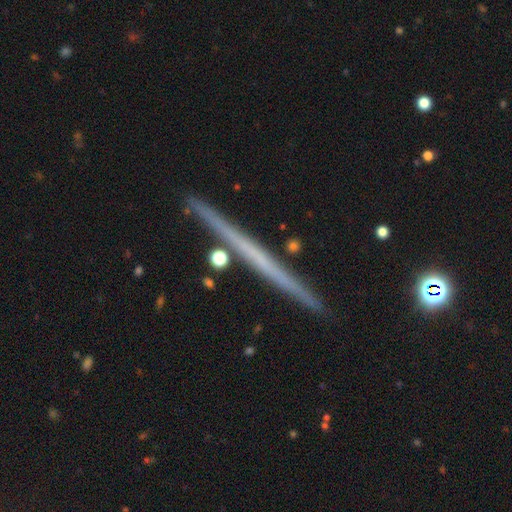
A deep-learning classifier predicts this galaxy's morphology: featured or disk 66%, smooth 27%, star or artifact 7%. Down the decision tree: edge-on disk — yes (98%); edge-on bulge — none (90%); merging — none (90%).